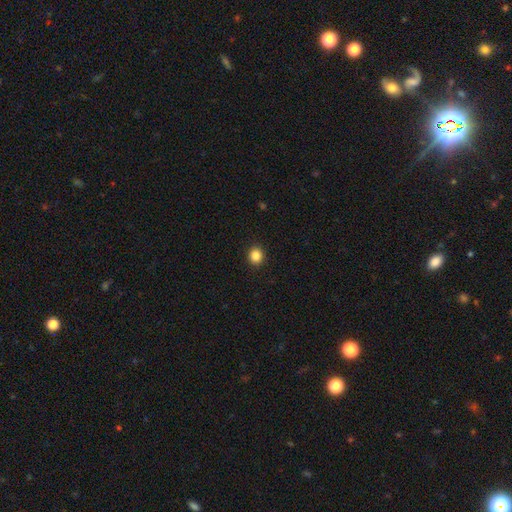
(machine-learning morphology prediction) smooth-or-featured: smooth: 85% | star or artifact: 11% | featured or disk: 4%
  how-rounded: round: 82% | in between: 17% | cigar-shaped: 1%
  merging: none: 92% | minor disturbance: 5% | major disturbance: 2% | merger: 1%